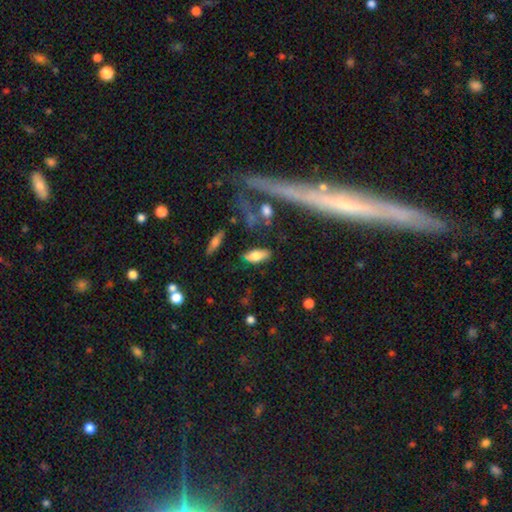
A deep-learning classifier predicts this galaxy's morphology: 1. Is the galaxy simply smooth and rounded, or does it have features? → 70% smooth, 22% featured or disk, 7% star or artifact.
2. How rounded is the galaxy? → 82% in between, 15% cigar-shaped, 3% round.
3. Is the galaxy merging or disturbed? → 74% none, 17% minor disturbance, 5% major disturbance, 4% merger.